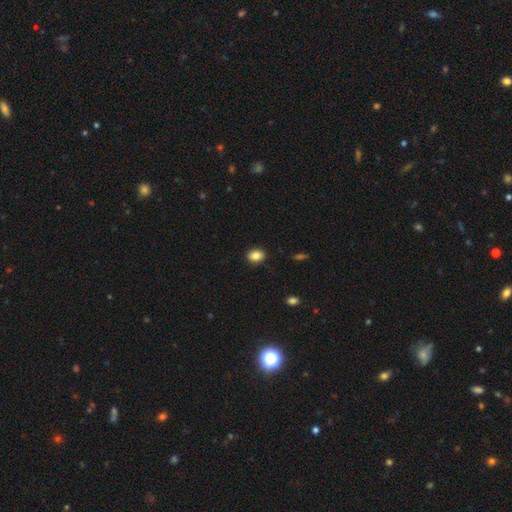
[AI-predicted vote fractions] Overall: smooth (86%). How rounded: in between (58%; round 41%). Merging: none (90%).